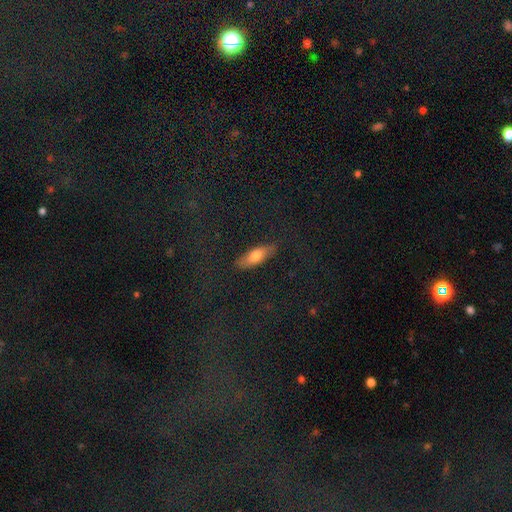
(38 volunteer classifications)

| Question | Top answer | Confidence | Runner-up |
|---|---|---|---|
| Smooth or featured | smooth | 61% | featured or disk (34%) |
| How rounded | in between | 70% | cigar-shaped (30%) |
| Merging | none | 92% | minor disturbance (6%) |